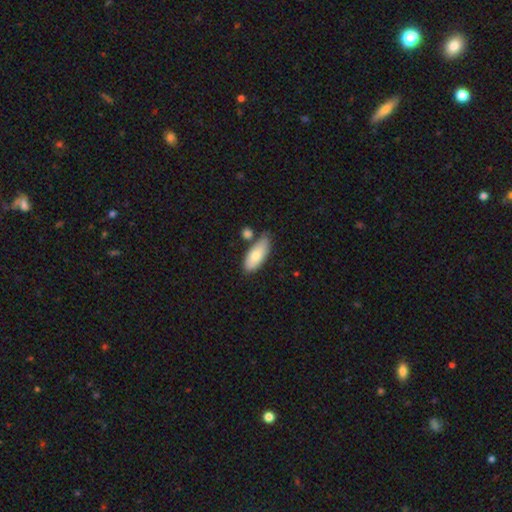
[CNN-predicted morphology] type=smooth (77%); roundness=in between (82%); merging=none (66%).